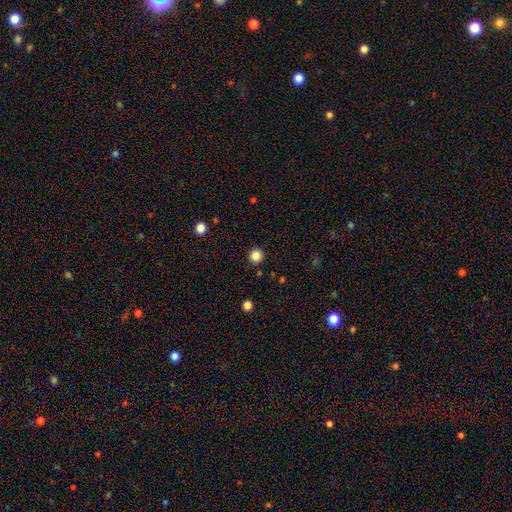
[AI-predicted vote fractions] smooth_or_featured: smooth (p=0.84) [alt: star or artifact p=0.12]
how_rounded: round (p=0.95) [alt: in between p=0.04]
merging: none (p=0.92) [alt: minor disturbance p=0.05]